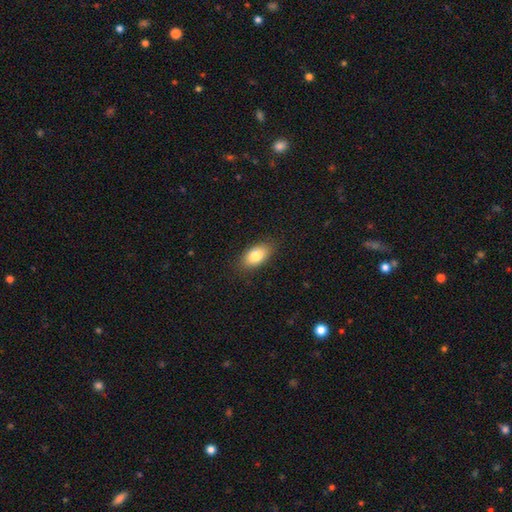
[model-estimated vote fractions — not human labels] Smooth or featured? smooth (82%)
How rounded? in between (91%)
Merging? none (86%)